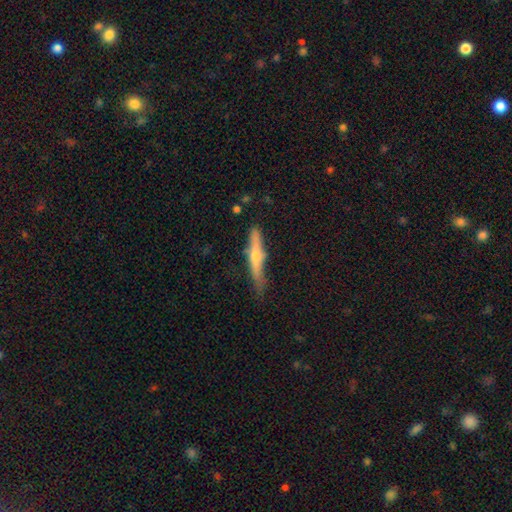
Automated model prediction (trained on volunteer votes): Overall: featured or disk (66%; smooth 28%). Edge-on disk: yes (95%). Edge-on bulge: rounded (87%). Merging: none (79%).